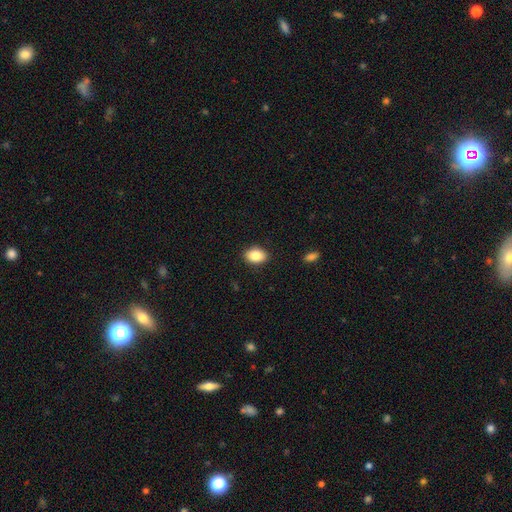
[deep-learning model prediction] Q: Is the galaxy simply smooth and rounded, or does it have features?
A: smooth — 85%.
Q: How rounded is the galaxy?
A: in between — 79%.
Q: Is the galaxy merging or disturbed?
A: none — 89%.